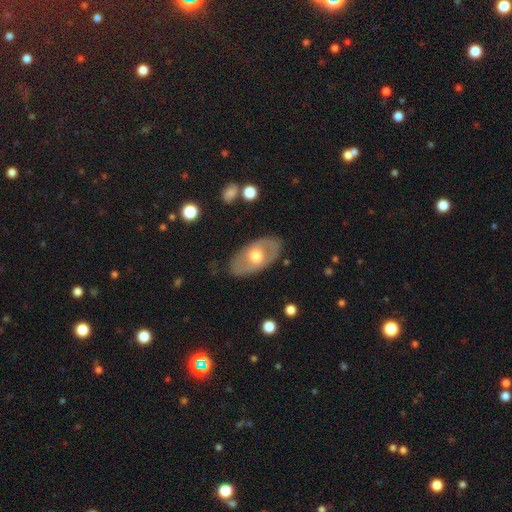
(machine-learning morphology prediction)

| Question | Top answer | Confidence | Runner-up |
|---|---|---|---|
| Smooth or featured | featured or disk | 53% | smooth (42%) |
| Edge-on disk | no | 85% | yes (15%) |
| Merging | none | 82% | minor disturbance (13%) |